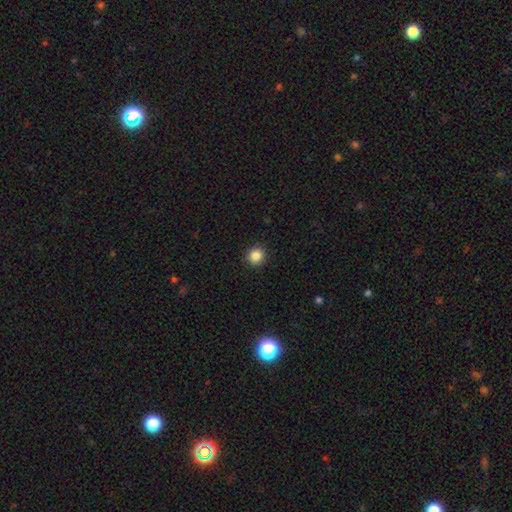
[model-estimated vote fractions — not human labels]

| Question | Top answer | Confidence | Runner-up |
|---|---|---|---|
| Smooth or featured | smooth | 87% | star or artifact (10%) |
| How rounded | round | 94% | in between (5%) |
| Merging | none | 92% | minor disturbance (5%) |